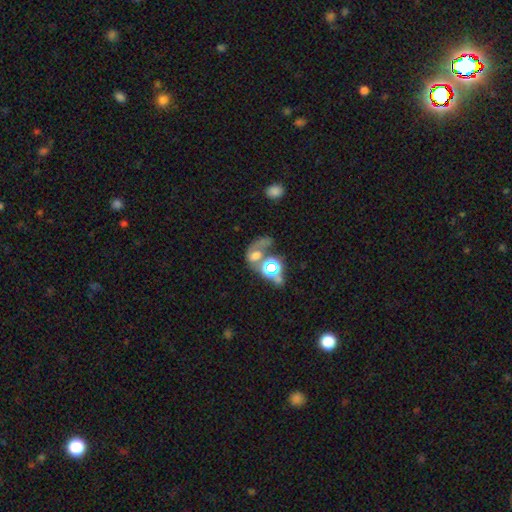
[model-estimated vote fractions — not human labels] Smooth or featured?
  - smooth: 45% *
  - featured or disk: 31%
  - star or artifact: 24%
Merging?
  - merger: 44% *
  - major disturbance: 26%
  - none: 20%
  - minor disturbance: 10%